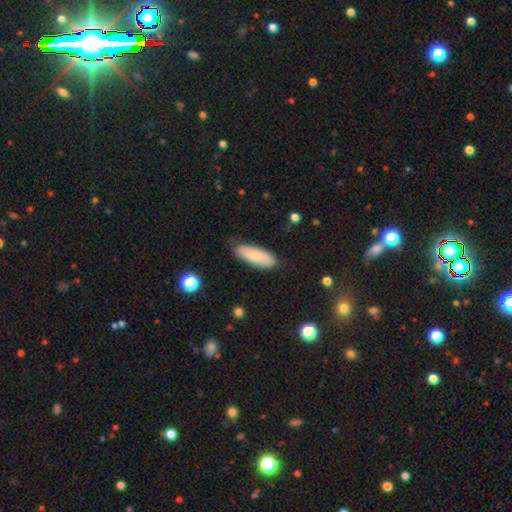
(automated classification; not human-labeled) Smooth or featured?
  - smooth: 69% *
  - featured or disk: 25%
  - star or artifact: 6%
How rounded?
  - in between: 71% *
  - cigar-shaped: 27%
  - round: 2%
Merging?
  - none: 80% *
  - minor disturbance: 16%
  - major disturbance: 3%
  - merger: 1%